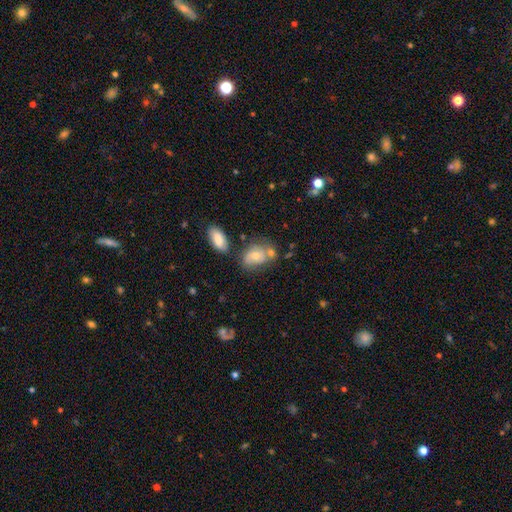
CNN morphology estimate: This appears to be a smooth galaxy with no disk features (53%) that is in between round and cigar-shaped (74%). Merging: none (46%).